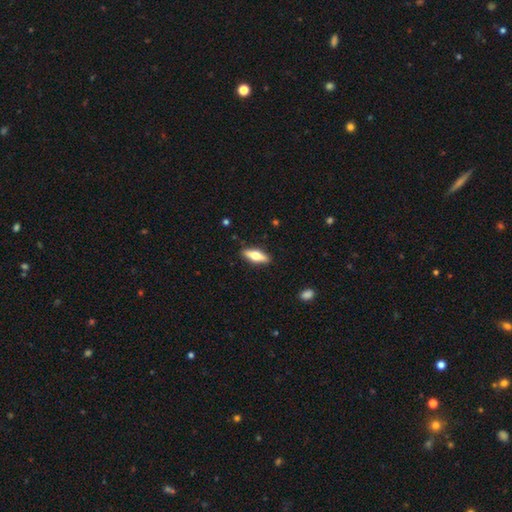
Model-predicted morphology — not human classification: This appears to be a smooth galaxy with no disk features (58%) that is in between round and cigar-shaped (55%). Merging: none (88%).